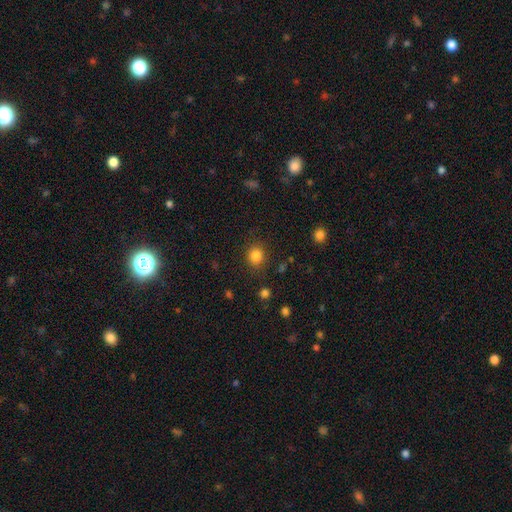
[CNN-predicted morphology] smooth-or-featured: smooth: 84% | star or artifact: 12% | featured or disk: 4%
  how-rounded: round: 75% | in between: 24% | cigar-shaped: 1%
  merging: none: 85% | minor disturbance: 10% | major disturbance: 4% | merger: 2%